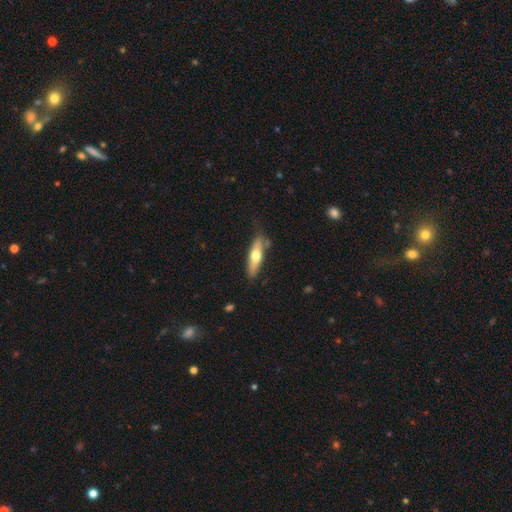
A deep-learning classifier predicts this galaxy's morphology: The model was most divided on "how rounded": cigar-shaped: 59%, in between: 38%, round: 2%. More confident: merging — none (74%); smooth or featured — smooth (58%).